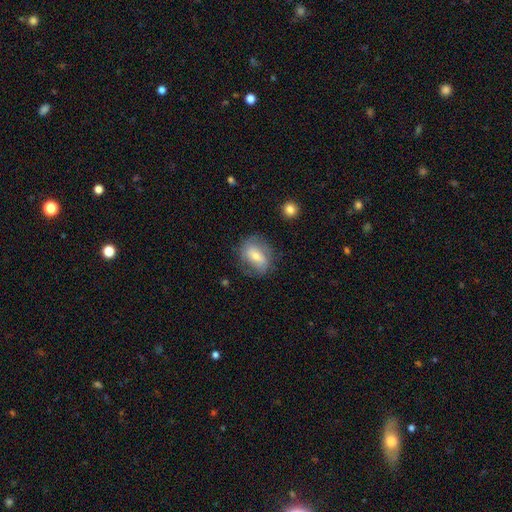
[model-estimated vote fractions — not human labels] smooth 50%, featured or disk 43%, star or artifact 7%. Down the decision tree: merging — none (67%).